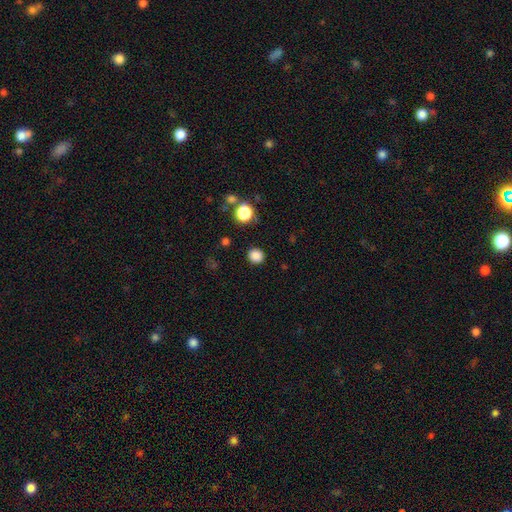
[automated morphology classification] smooth 84%, star or artifact 13%, featured or disk 3%. Down the decision tree: how rounded — round (87%); merging — none (90%).